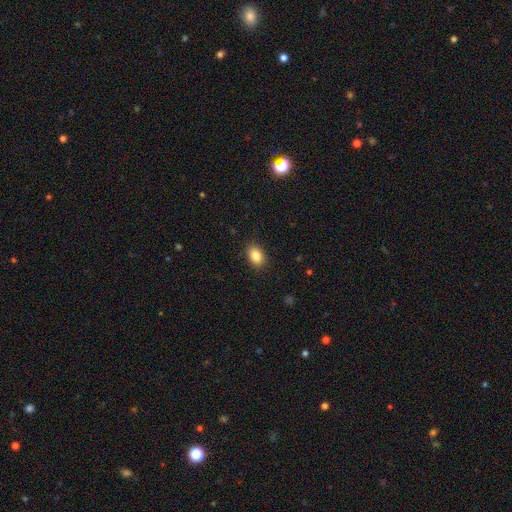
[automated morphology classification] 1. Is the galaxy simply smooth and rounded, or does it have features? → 85% smooth, 9% star or artifact, 6% featured or disk.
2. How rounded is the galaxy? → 80% in between, 19% round, 1% cigar-shaped.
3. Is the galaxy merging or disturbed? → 88% none, 8% minor disturbance, 2% major disturbance, 1% merger.